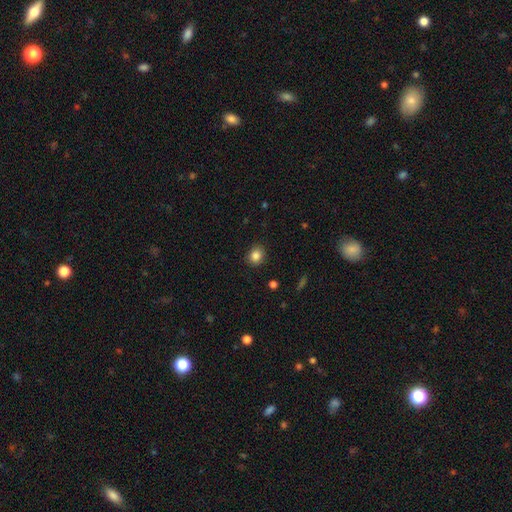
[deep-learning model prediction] This is clearly a smooth galaxy (85%). How rounded: likely round (74%). Merging: clearly none (89%).